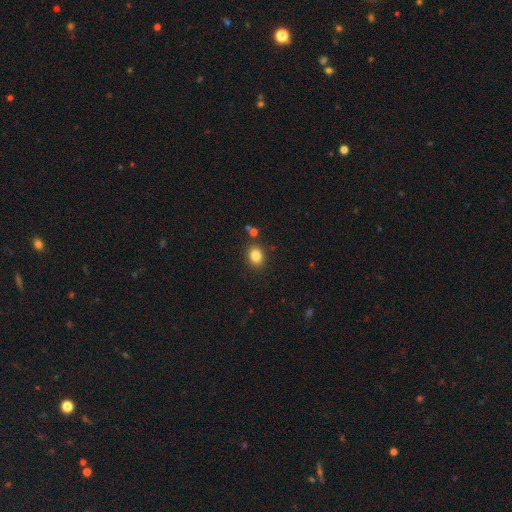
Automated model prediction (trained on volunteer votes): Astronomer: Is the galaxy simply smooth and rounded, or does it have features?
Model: smooth — 84%.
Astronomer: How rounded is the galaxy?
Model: round — 54% (runner-up: in between, 45%).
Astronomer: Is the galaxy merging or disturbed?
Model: none — 86%.